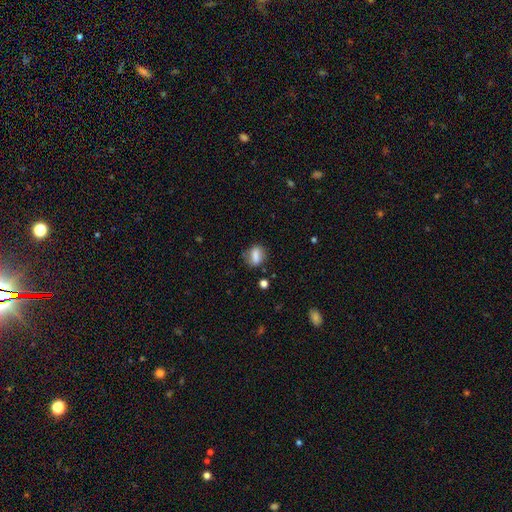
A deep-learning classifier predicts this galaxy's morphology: Smooth or featured: smooth — 75% (featured or disk — 16%)
How rounded: in between — 59% (round — 31%)
Merging: none — 75% (minor disturbance — 15%)